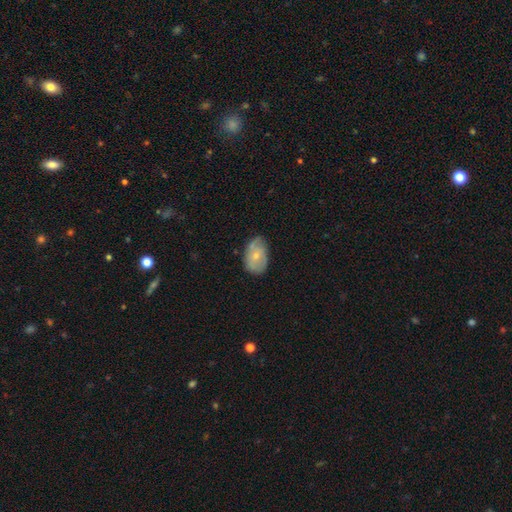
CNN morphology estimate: smooth 59%, featured or disk 34%, star or artifact 7%. Down the decision tree: how rounded — in between (86%); merging — none (59%).